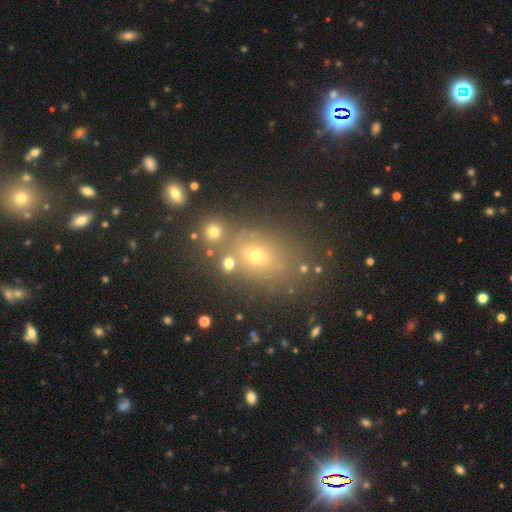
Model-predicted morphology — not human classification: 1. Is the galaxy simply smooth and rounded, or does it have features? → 49% smooth, 35% star or artifact, 16% featured or disk.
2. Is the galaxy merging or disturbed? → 68% none, 15% merger, 12% minor disturbance, 5% major disturbance.